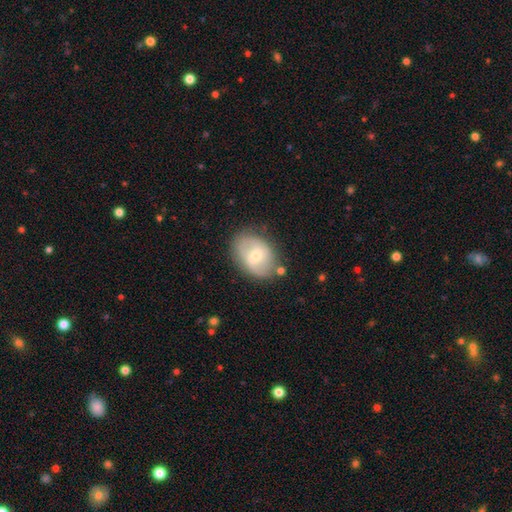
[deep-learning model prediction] Smooth or featured? Predicted: featured or disk (p=0.50). Edge-on disk? Predicted: no (p=0.95). Merging? Predicted: none (p=0.72).